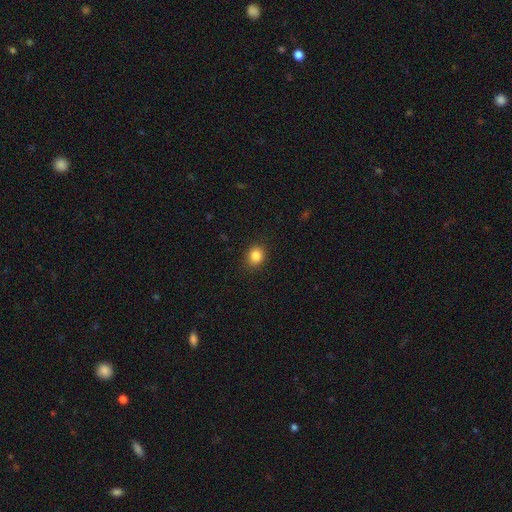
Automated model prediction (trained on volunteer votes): Smooth or featured: smooth — 85% (star or artifact — 11%)
How rounded: round — 75% (in between — 24%)
Merging: none — 89% (minor disturbance — 7%)